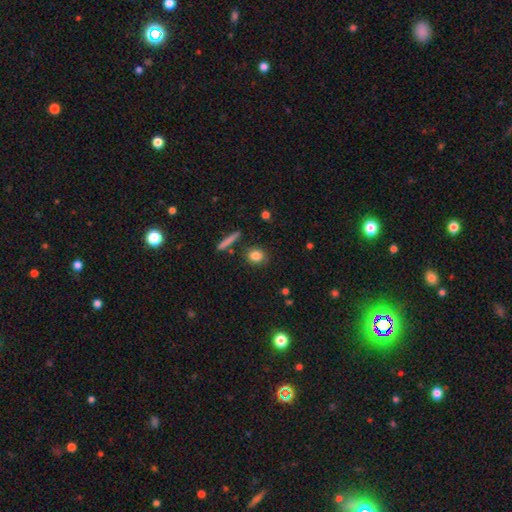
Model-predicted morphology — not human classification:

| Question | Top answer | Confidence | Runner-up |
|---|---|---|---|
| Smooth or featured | smooth | 83% | star or artifact (9%) |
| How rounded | round | 68% | in between (28%) |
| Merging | none | 85% | minor disturbance (9%) |